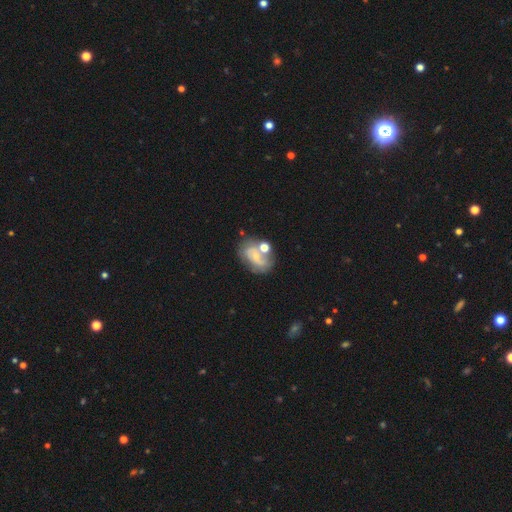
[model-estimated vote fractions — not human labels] This appears to be a featured or disk galaxy (63%) with no bar (55%), spiral arms (77%) and a small central bulge (63%). Merging: none (48%).